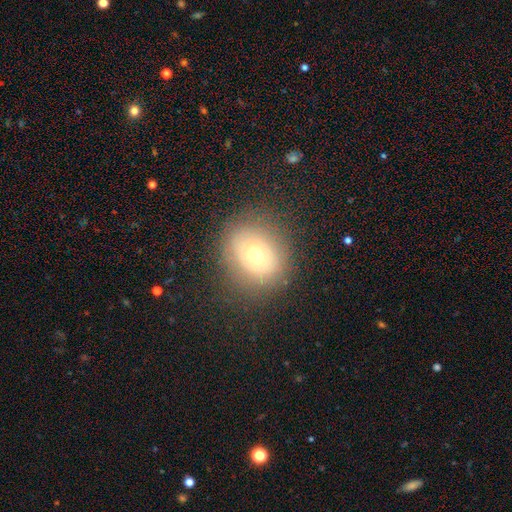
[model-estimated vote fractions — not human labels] A smooth galaxy with no disk features (65%) that is round (65%). Merging: none (80%).